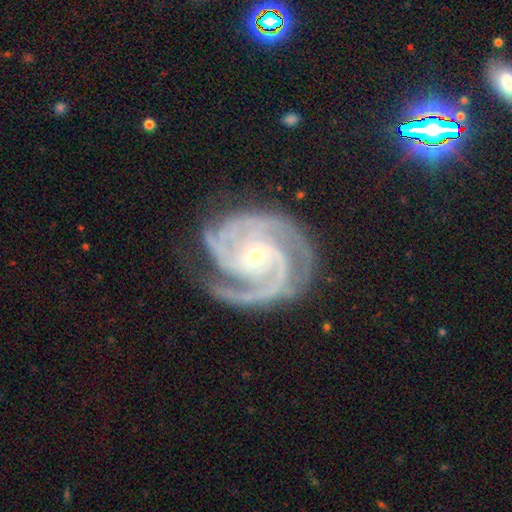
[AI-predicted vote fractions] Smooth or featured? Predicted: featured or disk (p=0.93). Edge-on disk? Predicted: no (p=0.98). Bar? Predicted: weak (p=0.41). Spiral arms? Predicted: yes (p=0.99). Spiral winding? Predicted: tight (p=0.63). Spiral arm count? Predicted: 3 (p=0.42). Bulge size? Predicted: small (p=0.74). Merging? Predicted: none (p=0.71).